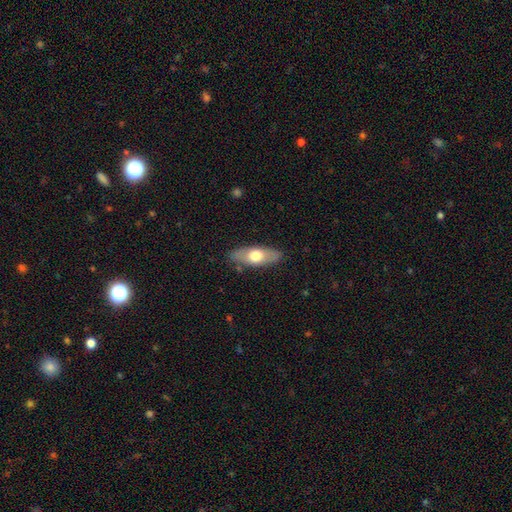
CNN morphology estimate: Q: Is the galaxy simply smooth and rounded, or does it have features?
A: smooth — 60%.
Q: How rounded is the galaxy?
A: in between — 70%.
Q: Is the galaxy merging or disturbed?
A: none — 85%.